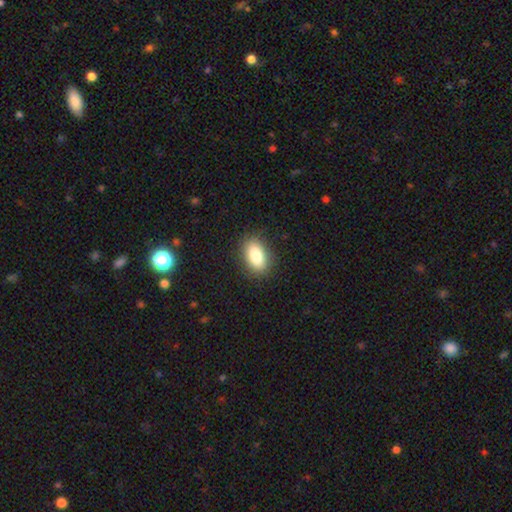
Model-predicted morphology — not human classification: type=smooth (85%); roundness=in between (88%); merging=none (87%).